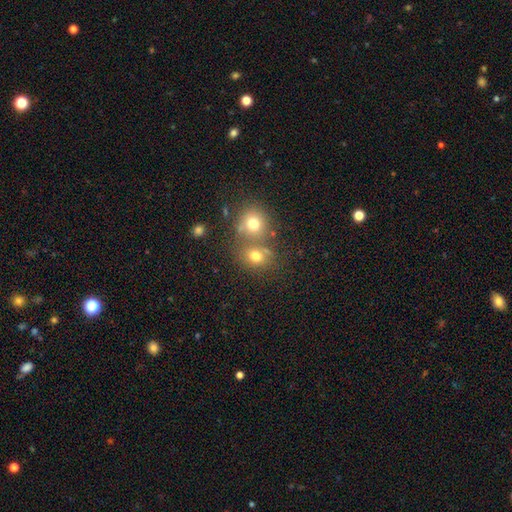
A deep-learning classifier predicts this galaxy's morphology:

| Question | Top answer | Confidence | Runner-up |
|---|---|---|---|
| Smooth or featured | smooth | 73% | star or artifact (16%) |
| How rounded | round | 71% | in between (28%) |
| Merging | none | 49% | merger (38%) |